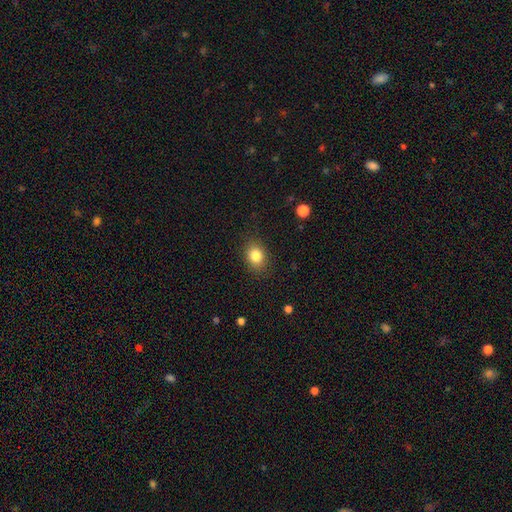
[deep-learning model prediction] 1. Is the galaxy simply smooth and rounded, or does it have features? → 83% smooth, 10% star or artifact, 7% featured or disk.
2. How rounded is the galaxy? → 58% in between, 41% round, 1% cigar-shaped.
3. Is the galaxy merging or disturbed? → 86% none, 10% minor disturbance, 3% major disturbance, 1% merger.